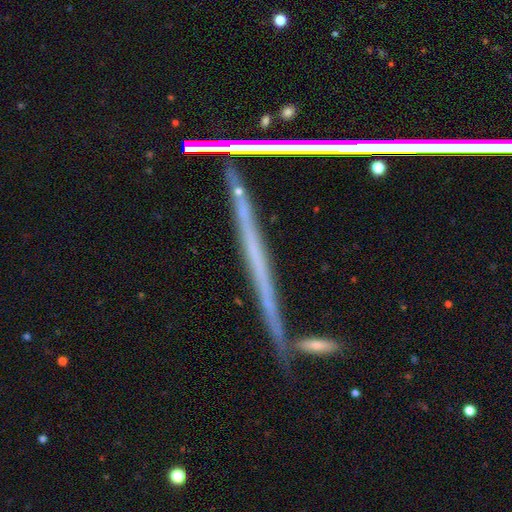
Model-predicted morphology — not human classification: The model was most divided on "smooth or featured": featured or disk: 49%, star or artifact: 29%, smooth: 22%. More confident: merging — none (85%).